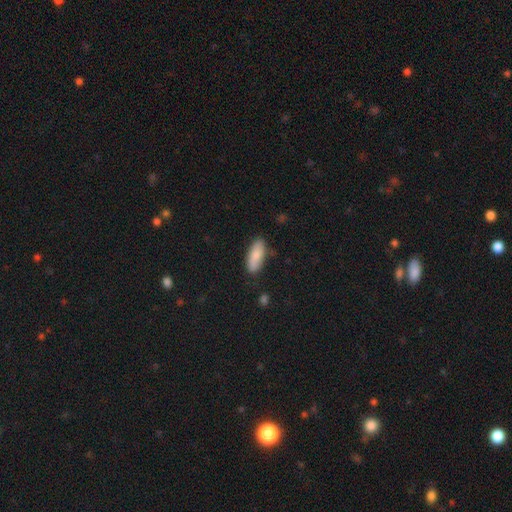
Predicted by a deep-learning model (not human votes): A smooth galaxy with no disk features (84%) that is in between round and cigar-shaped (75%).

Vote fractions:
- Smooth or featured? smooth: 84% / featured or disk: 11% / star or artifact: 6%
- How rounded? in between: 75% / cigar-shaped: 23% / round: 2%
- Merging? none: 79% / minor disturbance: 16% / major disturbance: 3% / merger: 2%